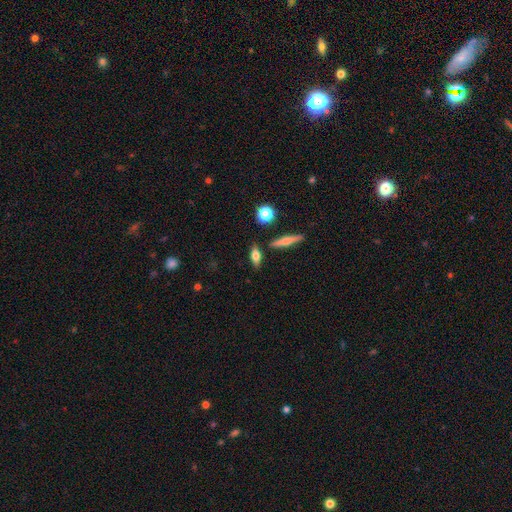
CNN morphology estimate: Overall: smooth (69%). How rounded: in between (69%). Merging: none (79%).